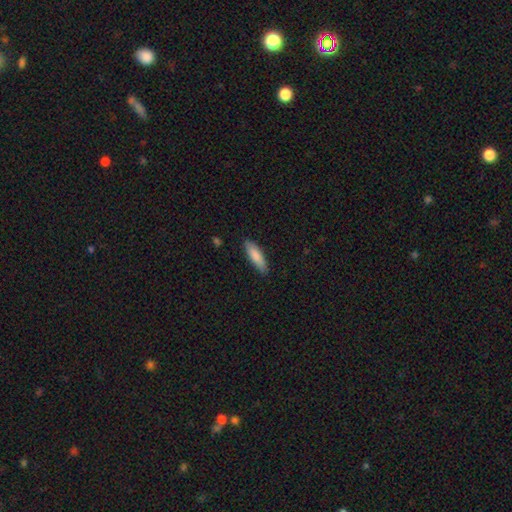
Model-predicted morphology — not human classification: Q: Smooth or featured?
A: smooth (85%); runner-up: featured or disk (10%)
Q: How rounded?
A: cigar-shaped (60%); runner-up: in between (39%)
Q: Merging?
A: none (85%); runner-up: minor disturbance (11%)